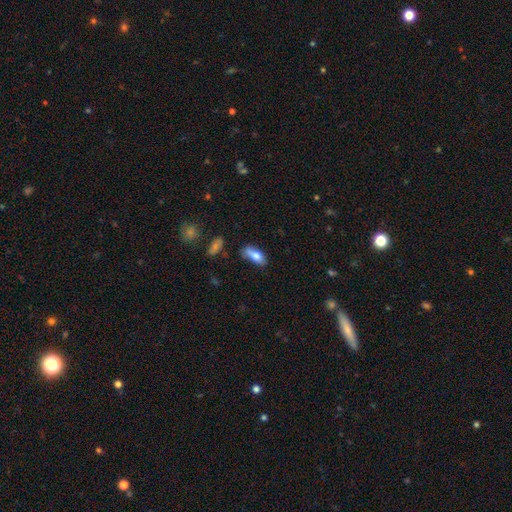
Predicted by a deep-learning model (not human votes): Morphology: type=smooth (73%); roundness=in between (79%); merging=none (46%).